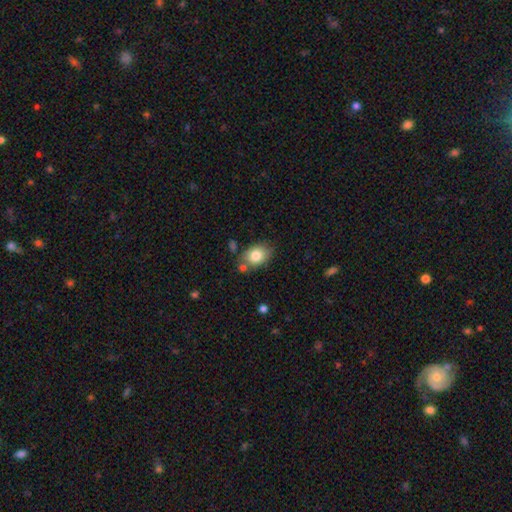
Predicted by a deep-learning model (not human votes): Smooth or featured? smooth (82%)
How rounded? in between (72%)
Merging? none (68%)